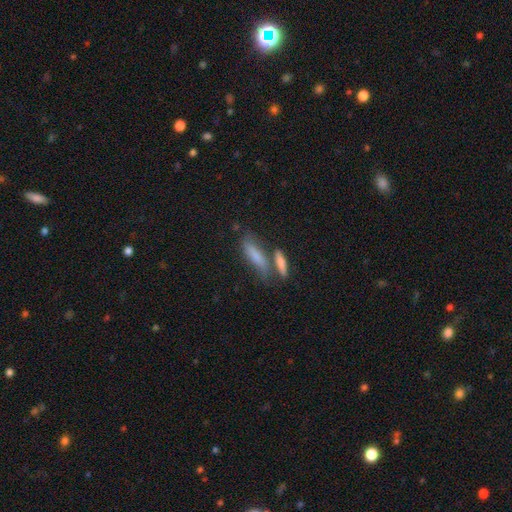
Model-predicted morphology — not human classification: Smooth or featured: smooth — 71% (featured or disk — 21%)
How rounded: cigar-shaped — 65% (in between — 33%)
Merging: none — 47% (merger — 31%)